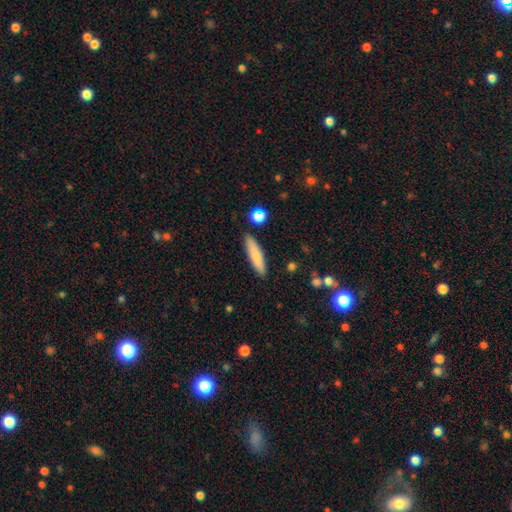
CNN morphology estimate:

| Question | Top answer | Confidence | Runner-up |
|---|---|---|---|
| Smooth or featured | smooth | 77% | featured or disk (17%) |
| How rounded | cigar-shaped | 78% | in between (20%) |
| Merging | none | 89% | minor disturbance (8%) |